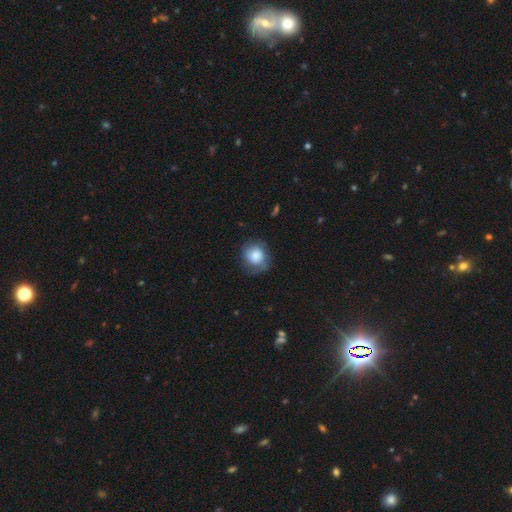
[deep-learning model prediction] smooth 67%, featured or disk 25%, star or artifact 8%. Down the decision tree: how rounded — round (76%); merging — none (60%).